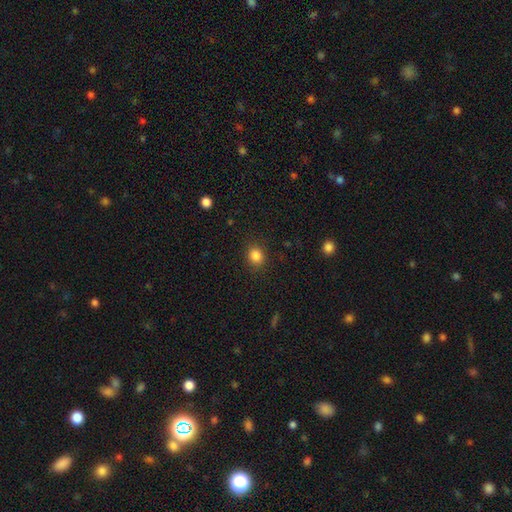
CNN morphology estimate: The model was most divided on "how rounded": round: 74%, in between: 25%, cigar-shaped: 1%. More confident: merging — none (88%); smooth or featured — smooth (84%).